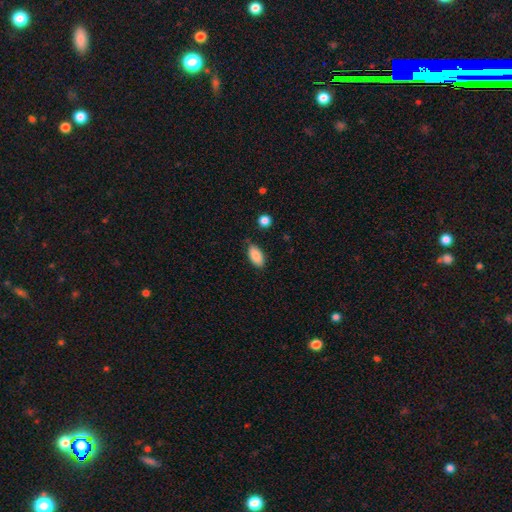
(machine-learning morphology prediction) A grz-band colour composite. It shows a smooth galaxy with no disk features (87%) that is in between round and cigar-shaped (93%). Merging: none (78%).